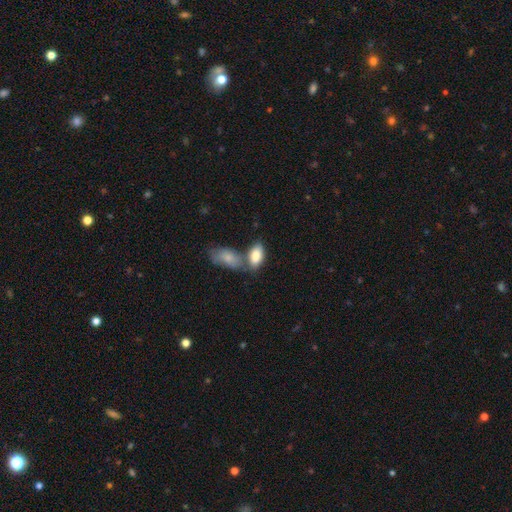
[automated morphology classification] The model was most divided on "merging": none: 43%, merger: 39%, minor disturbance: 13%, major disturbance: 5%. More confident: how rounded — in between (92%); smooth or featured — smooth (84%).